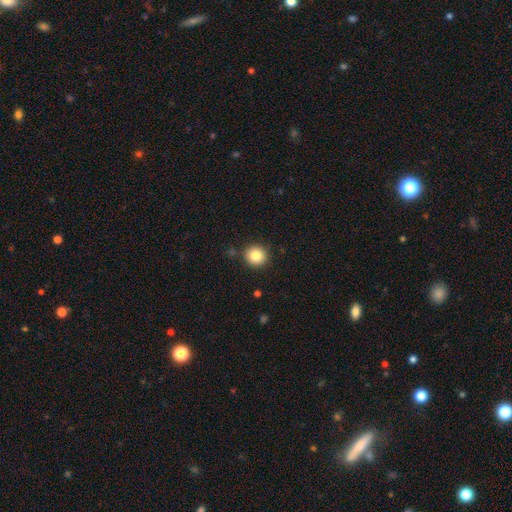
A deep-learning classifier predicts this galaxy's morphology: Smooth or featured? smooth (84%)
How rounded? round (93%)
Merging? none (89%)